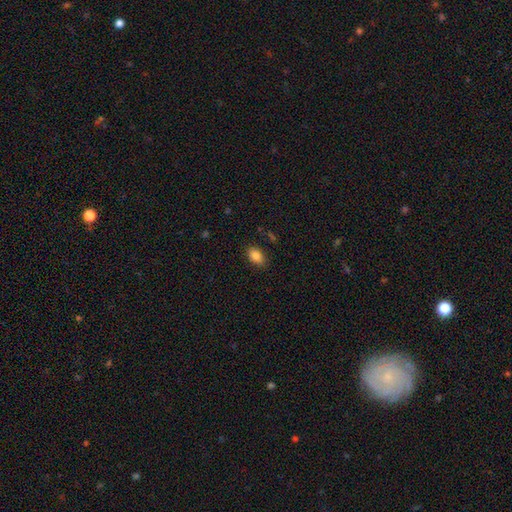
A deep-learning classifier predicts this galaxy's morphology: A smooth galaxy with no disk features (86%) that is in between round and cigar-shaped (88%). Merging: none (85%).